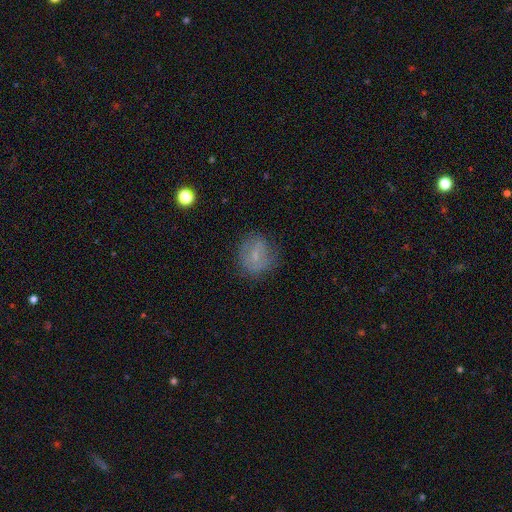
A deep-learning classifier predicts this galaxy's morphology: Smooth or featured?
  - smooth: 60% *
  - featured or disk: 29%
  - star or artifact: 11%
How rounded?
  - round: 76% *
  - in between: 23%
  - cigar-shaped: 1%
Merging?
  - none: 72% *
  - minor disturbance: 19%
  - major disturbance: 8%
  - merger: 2%